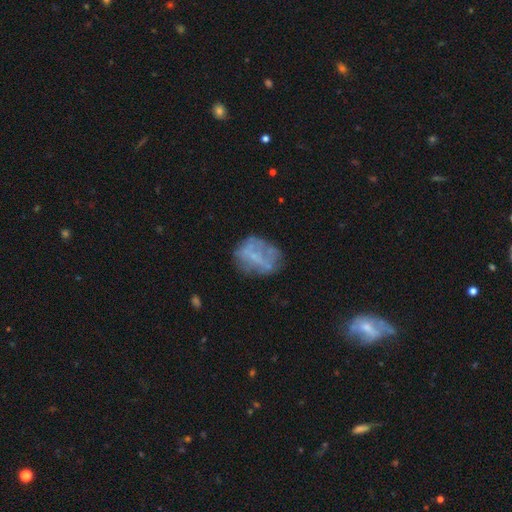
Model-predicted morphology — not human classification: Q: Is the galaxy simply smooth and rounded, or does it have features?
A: featured or disk — 54%.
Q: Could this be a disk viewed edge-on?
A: no — 97%.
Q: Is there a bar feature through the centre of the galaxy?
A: no — 68%.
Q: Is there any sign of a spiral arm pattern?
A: no — 81%.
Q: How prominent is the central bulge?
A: none — 51%.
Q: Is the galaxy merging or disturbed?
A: none — 58%.